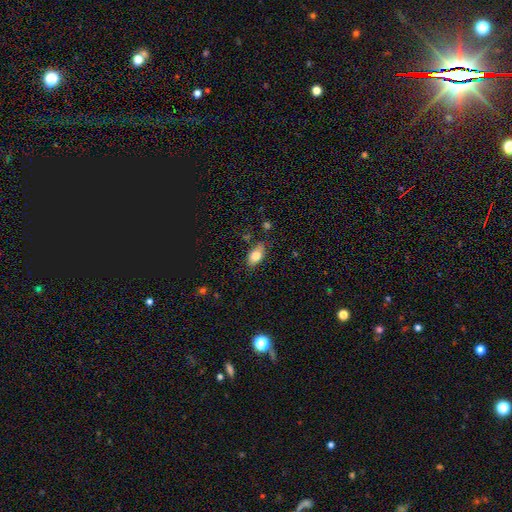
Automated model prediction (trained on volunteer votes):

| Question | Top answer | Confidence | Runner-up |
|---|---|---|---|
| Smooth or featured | smooth | 81% | featured or disk (11%) |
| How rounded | in between | 89% | round (5%) |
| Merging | none | 73% | minor disturbance (20%) |